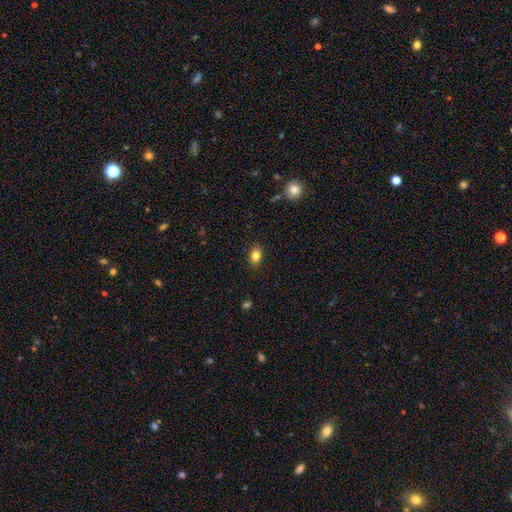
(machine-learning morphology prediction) Smooth or featured? smooth (82%)
How rounded? in between (72%)
Merging? none (87%)